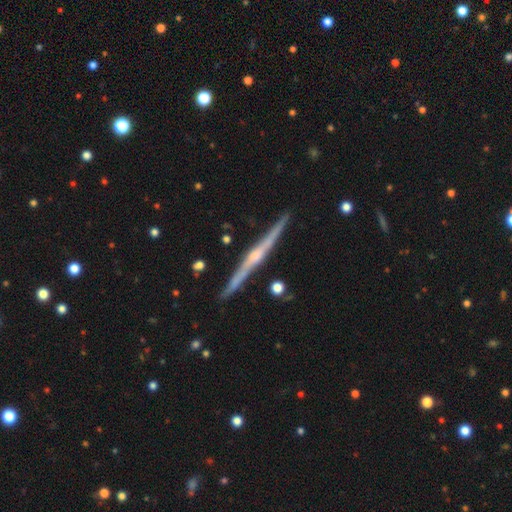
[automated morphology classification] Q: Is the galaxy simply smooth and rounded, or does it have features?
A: featured or disk — 85%.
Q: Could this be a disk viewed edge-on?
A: yes — 98%.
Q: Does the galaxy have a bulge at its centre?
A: rounded — 75%.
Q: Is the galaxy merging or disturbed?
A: none — 91%.